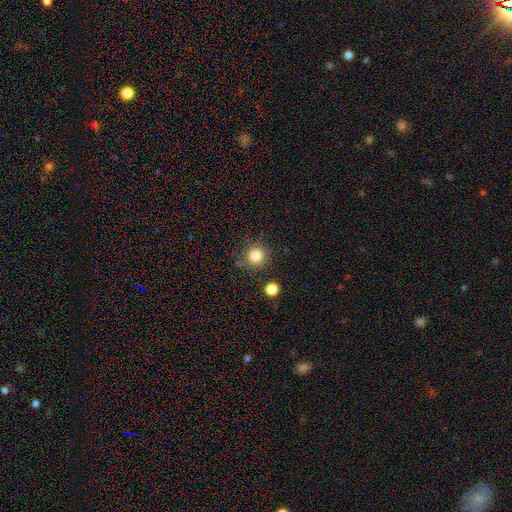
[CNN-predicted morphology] Q: Smooth or featured?
A: smooth (82%); runner-up: star or artifact (12%)
Q: How rounded?
A: round (94%); runner-up: in between (5%)
Q: Merging?
A: none (81%); runner-up: minor disturbance (10%)